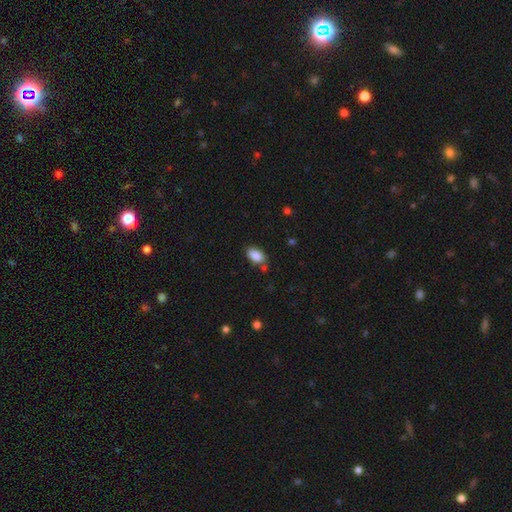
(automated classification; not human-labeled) Smooth or featured?
  - smooth: 88% *
  - star or artifact: 7%
  - featured or disk: 5%
How rounded?
  - in between: 93% *
  - round: 5%
  - cigar-shaped: 3%
Merging?
  - none: 75% *
  - minor disturbance: 15%
  - merger: 7%
  - major disturbance: 3%